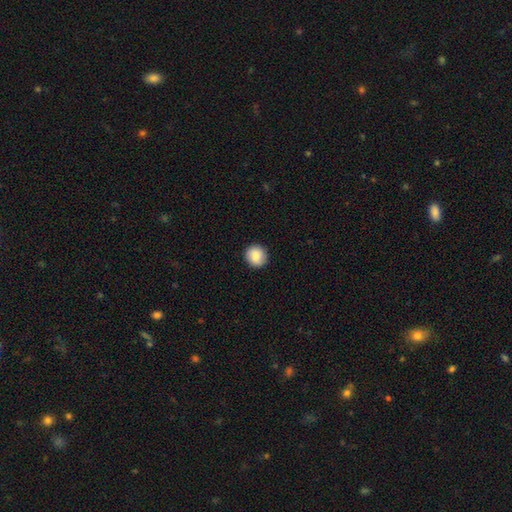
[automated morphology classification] type=smooth (85%); roundness=round (90%); merging=none (89%).